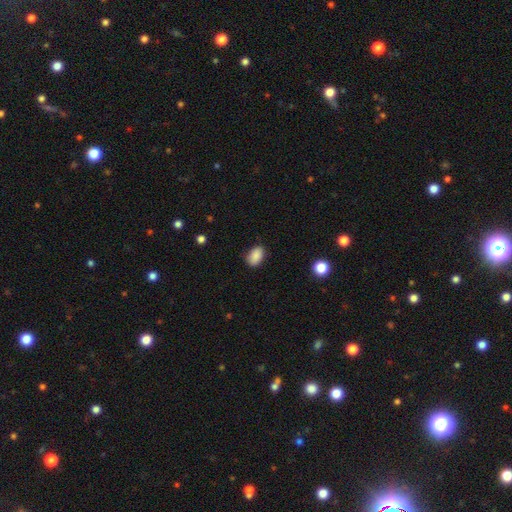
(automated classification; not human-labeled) Smooth or featured? smooth (88%)
How rounded? in between (87%)
Merging? none (82%)